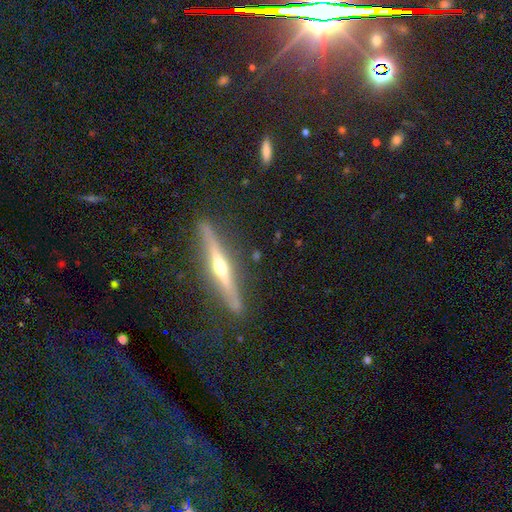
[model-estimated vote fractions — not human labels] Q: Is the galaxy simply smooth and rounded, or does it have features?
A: featured or disk — 76%.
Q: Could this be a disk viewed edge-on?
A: yes — 97%.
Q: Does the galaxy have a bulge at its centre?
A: rounded — 89%.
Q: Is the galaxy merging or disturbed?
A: none — 86%.